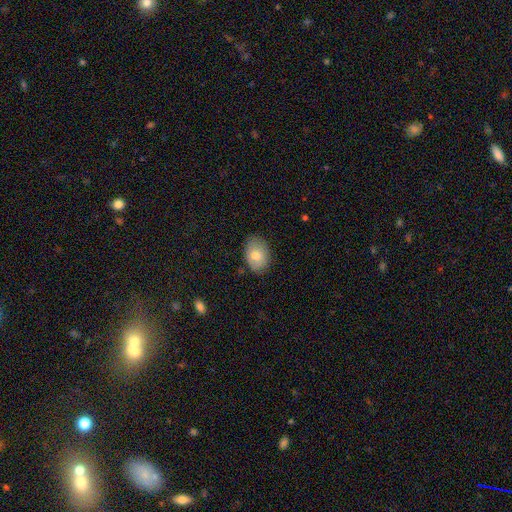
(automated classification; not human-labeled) A smooth galaxy with no disk features (79%) that is in between round and cigar-shaped (80%). Merging: none (80%).